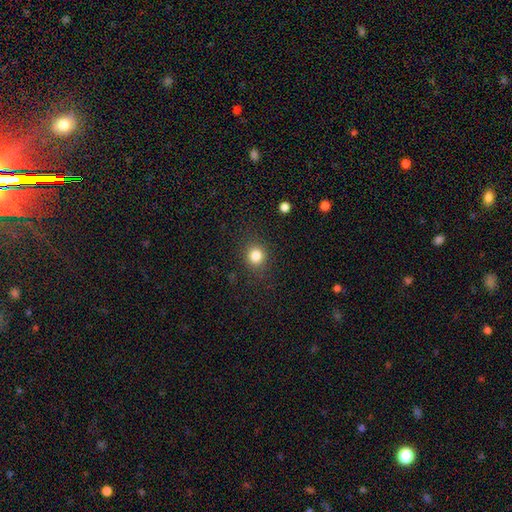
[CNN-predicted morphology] The model was most divided on "how rounded": round: 82%, in between: 17%, cigar-shaped: 1%. More confident: merging — none (87%); smooth or featured — smooth (83%).